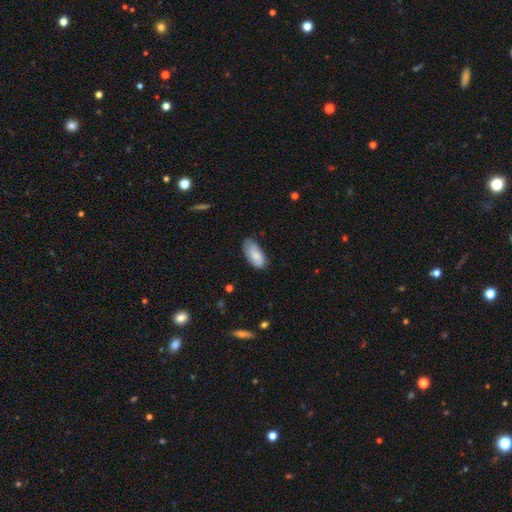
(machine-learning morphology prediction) smooth_or_featured: smooth (p=0.72) [alt: featured or disk p=0.22]
how_rounded: in between (p=0.91) [alt: cigar-shaped p=0.07]
merging: none (p=0.65) [alt: minor disturbance p=0.28]